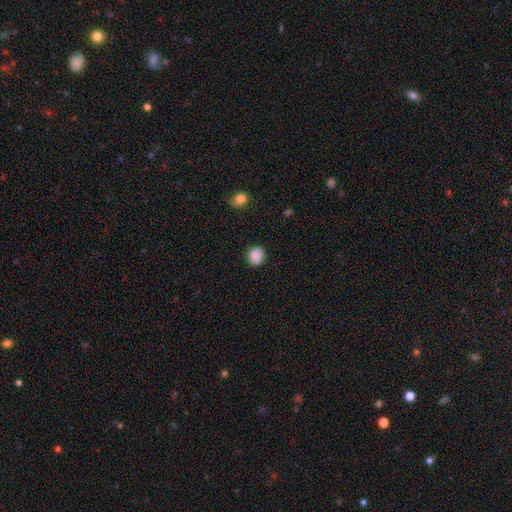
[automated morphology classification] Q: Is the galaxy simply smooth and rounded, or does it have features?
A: smooth — 88%.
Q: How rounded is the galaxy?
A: round — 78%.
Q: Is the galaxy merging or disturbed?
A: none — 87%.